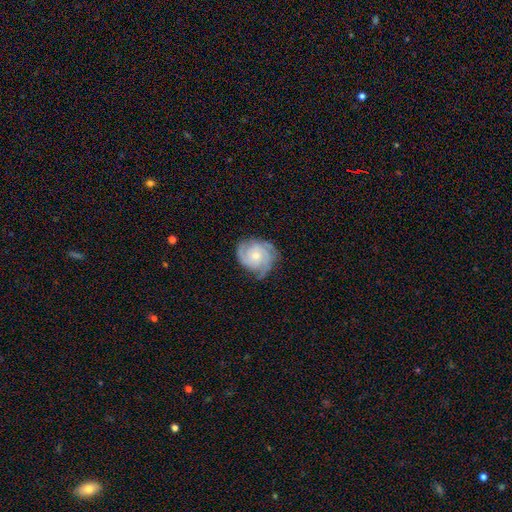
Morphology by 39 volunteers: Smooth or featured? featured or disk (90%)
Edge-on disk? no (97%)
Bar? no (71%)
Spiral arms? yes (91%)
Spiral winding? tight (55%)
Spiral arm count? 2 (61%)
Bulge size? small (56%)
Merging? none (73%)